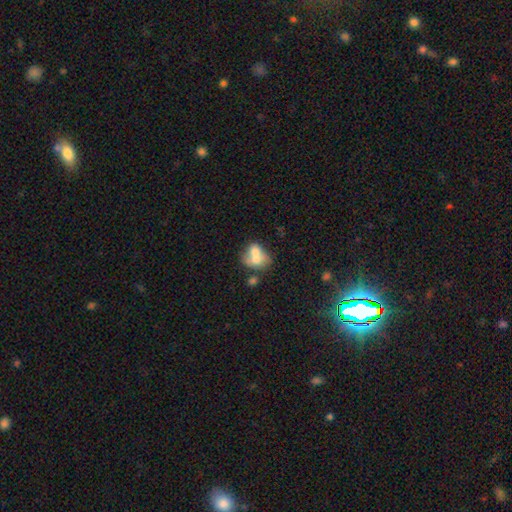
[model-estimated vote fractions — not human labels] Morphology: type=smooth (63%); roundness=in between (65%); merging=merger (60%).